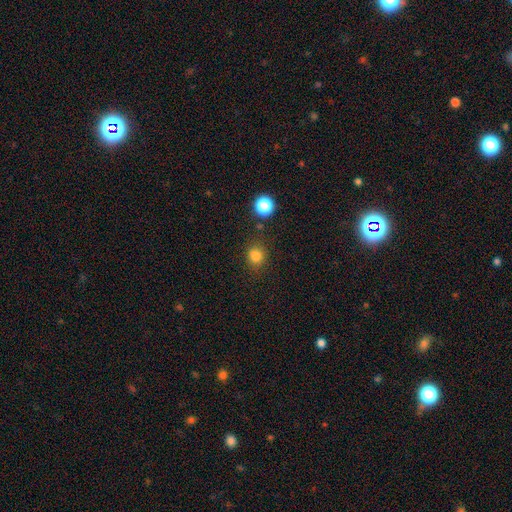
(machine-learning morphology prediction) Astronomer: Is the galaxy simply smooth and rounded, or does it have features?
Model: smooth — 81%.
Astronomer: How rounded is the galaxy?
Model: round — 80%.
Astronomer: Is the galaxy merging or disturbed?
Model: none — 80%.